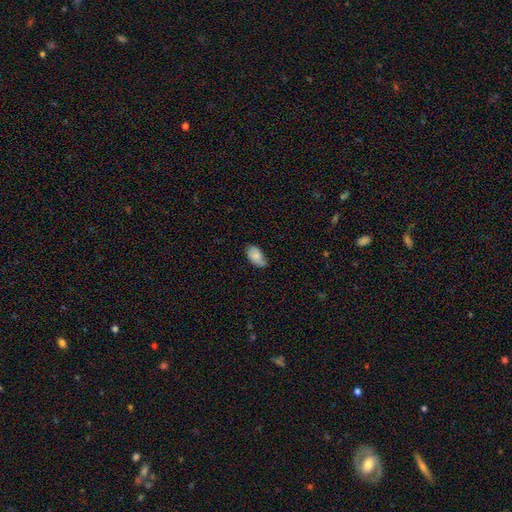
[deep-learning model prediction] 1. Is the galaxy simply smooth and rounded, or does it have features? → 82% smooth, 11% featured or disk, 7% star or artifact.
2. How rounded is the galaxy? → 94% in between, 4% round, 2% cigar-shaped.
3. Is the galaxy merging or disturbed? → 63% none, 31% minor disturbance, 5% major disturbance, 2% merger.